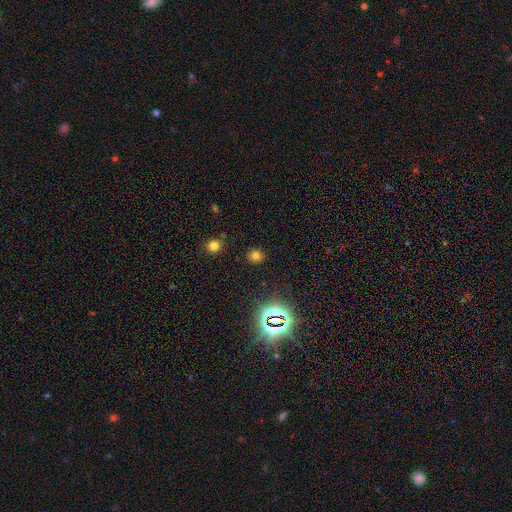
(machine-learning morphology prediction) Smooth or featured? smooth (70%)
How rounded? round (88%)
Merging? none (89%)